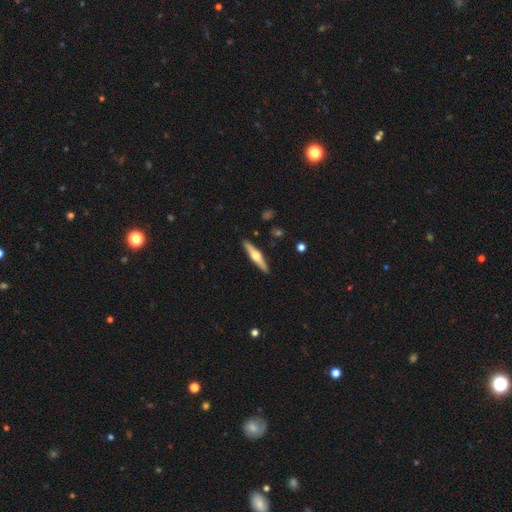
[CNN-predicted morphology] smooth_or_featured: featured or disk (p=0.63) [alt: smooth p=0.32]
disk_edge_on: yes (p=0.96) [alt: no p=0.04]
edge_on_bulge: rounded (p=0.94) [alt: none p=0.03]
merging: none (p=0.91) [alt: minor disturbance p=0.06]